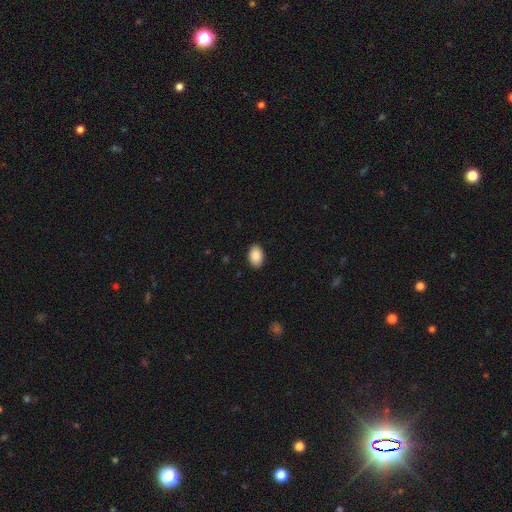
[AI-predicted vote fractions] Morphology: type=smooth (90%); roundness=in between (86%); merging=none (90%).